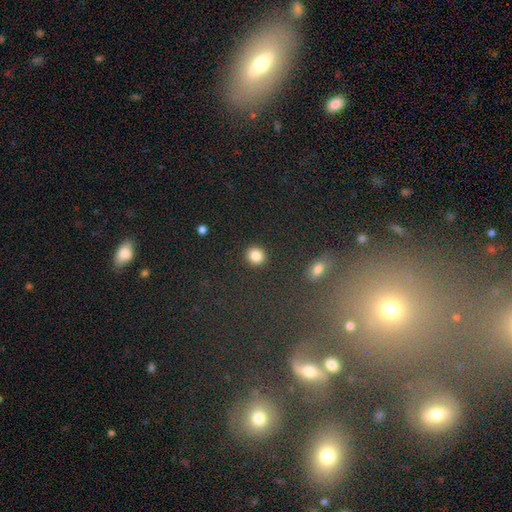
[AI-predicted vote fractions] The model was most divided on "smooth or featured": smooth: 85%, star or artifact: 10%, featured or disk: 5%. More confident: merging — none (91%); how rounded — round (88%).